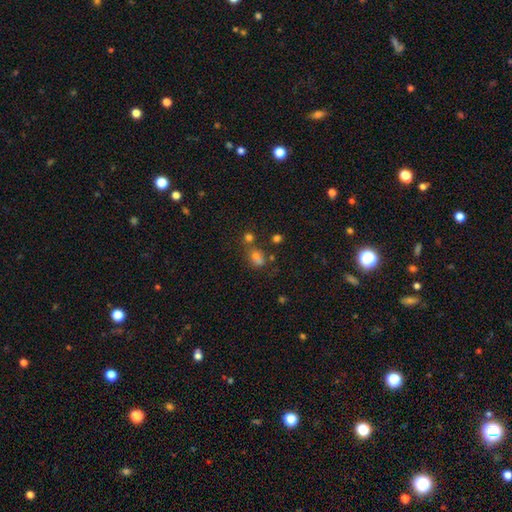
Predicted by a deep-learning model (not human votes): This appears to be a smooth galaxy with no disk features (63%) that is in between round and cigar-shaped (55%). Merging: none (46%).